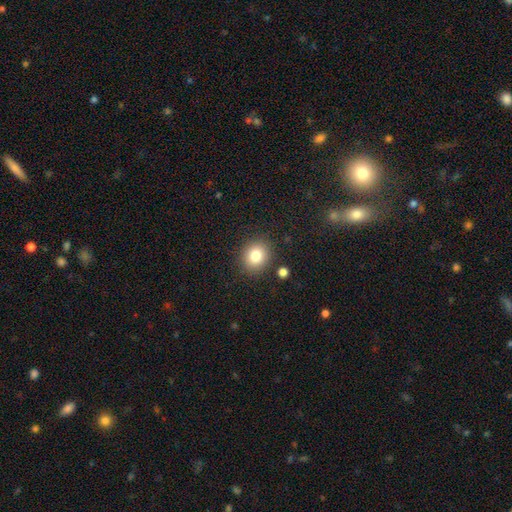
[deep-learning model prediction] smooth_or_featured: smooth (p=0.82) [alt: star or artifact p=0.10]
how_rounded: round (p=0.71) [alt: in between p=0.28]
merging: none (p=0.86) [alt: minor disturbance p=0.08]